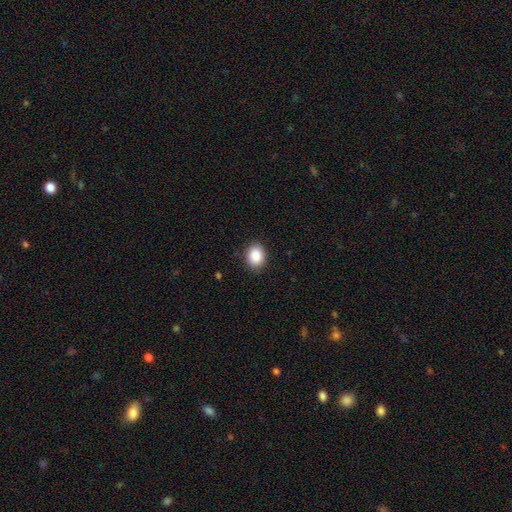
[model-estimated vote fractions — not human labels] This appears to be a smooth galaxy with no disk features (88%) that is in between round and cigar-shaped (54%). Merging: none (88%).